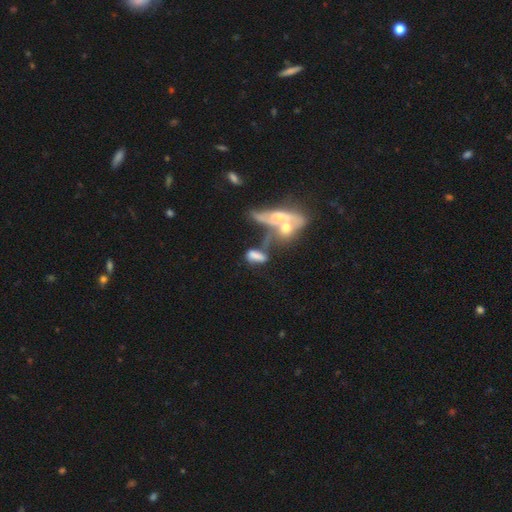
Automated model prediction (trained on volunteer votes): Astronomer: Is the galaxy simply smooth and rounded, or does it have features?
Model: smooth — 56% (runner-up: featured or disk, 32%).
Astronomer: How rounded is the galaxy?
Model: in between — 75%.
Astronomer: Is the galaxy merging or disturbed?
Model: merger — 47%.